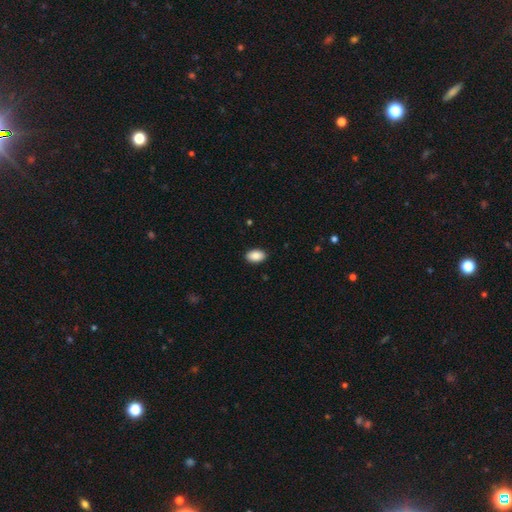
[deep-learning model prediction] Smooth or featured: smooth — 88% (star or artifact — 7%)
How rounded: in between — 91% (round — 8%)
Merging: none — 90% (minor disturbance — 7%)